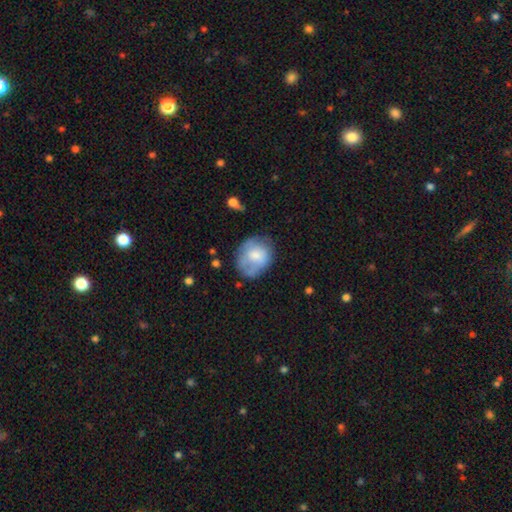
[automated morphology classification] This is likely a smooth galaxy (65%). How rounded: possibly round (56%). Merging: possibly none (56%).